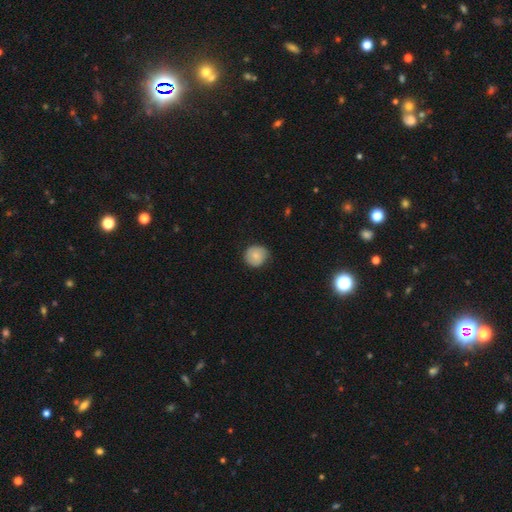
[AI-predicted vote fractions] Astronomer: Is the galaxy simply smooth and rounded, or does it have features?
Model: smooth — 76%.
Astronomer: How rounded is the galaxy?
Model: round — 88%.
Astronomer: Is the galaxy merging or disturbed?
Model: none — 78%.